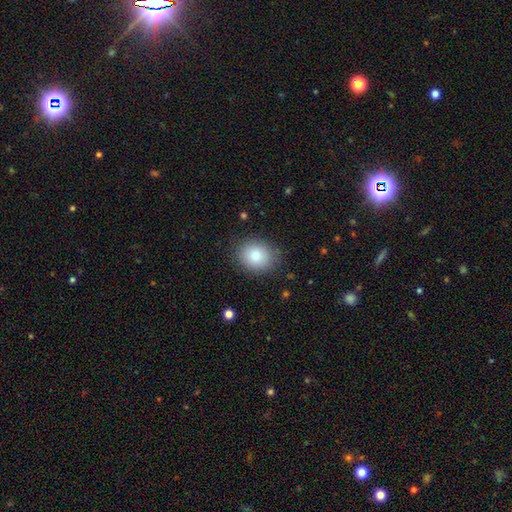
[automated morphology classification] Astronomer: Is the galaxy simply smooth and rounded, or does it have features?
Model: smooth — 84%.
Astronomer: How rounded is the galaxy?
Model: round — 58% (runner-up: in between, 41%).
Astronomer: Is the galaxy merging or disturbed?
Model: none — 85%.